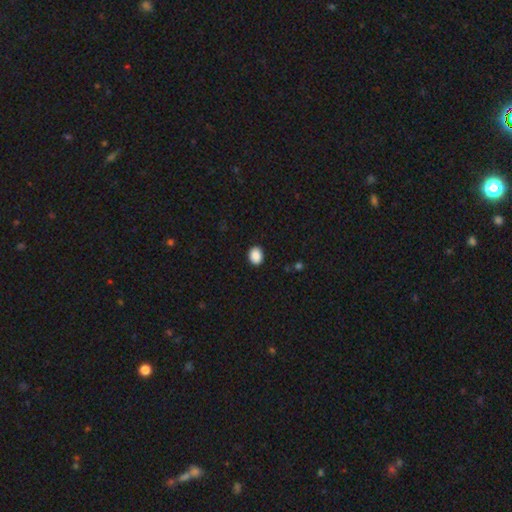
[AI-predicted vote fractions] Smooth or featured: smooth — 90% (star or artifact — 8%)
How rounded: in between — 62% (round — 37%)
Merging: none — 91% (minor disturbance — 7%)